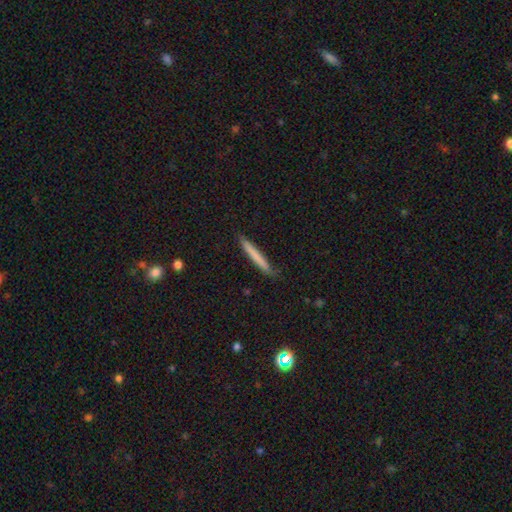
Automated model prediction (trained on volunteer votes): Q: Smooth or featured?
A: smooth (72%); runner-up: featured or disk (22%)
Q: How rounded?
A: cigar-shaped (96%); runner-up: in between (3%)
Q: Merging?
A: none (86%); runner-up: minor disturbance (11%)